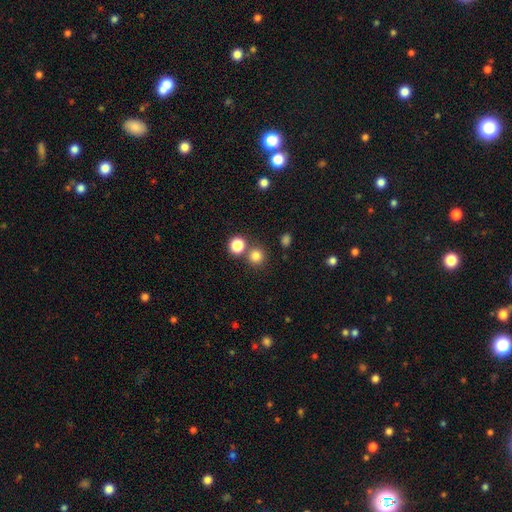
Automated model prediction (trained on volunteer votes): smooth 81%, star or artifact 14%, featured or disk 5%. Down the decision tree: how rounded — round (91%); merging — none (71%).